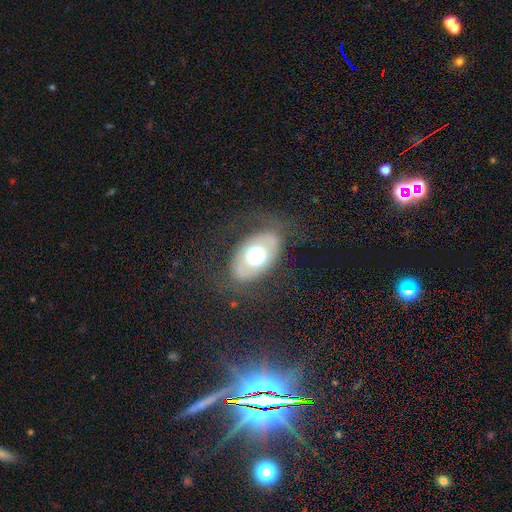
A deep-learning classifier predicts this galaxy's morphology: This appears to be a smooth galaxy with no disk features (49%). Merging: none (75%).